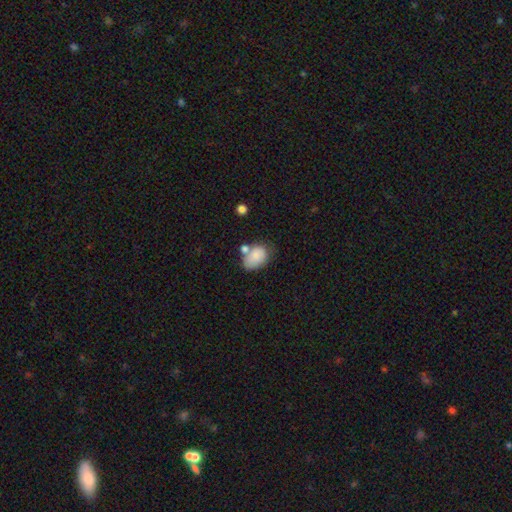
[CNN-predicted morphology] smooth-or-featured: smooth: 80% | featured or disk: 12% | star or artifact: 8%
  how-rounded: in between: 77% | round: 22% | cigar-shaped: 1%
  merging: none: 46% | minor disturbance: 24% | merger: 22% | major disturbance: 9%